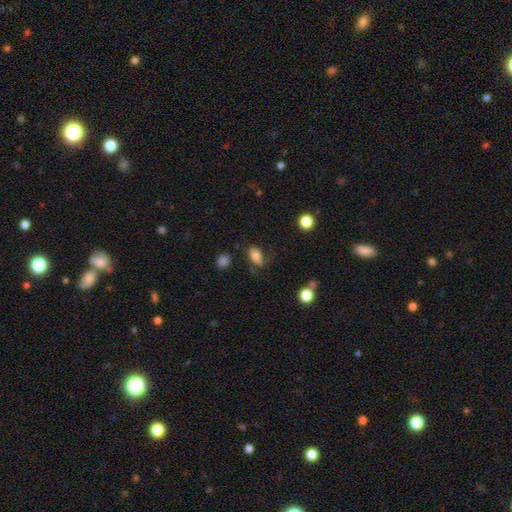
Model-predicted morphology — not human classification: Smooth or featured? smooth (72%)
How rounded? in between (85%)
Merging? none (54%)